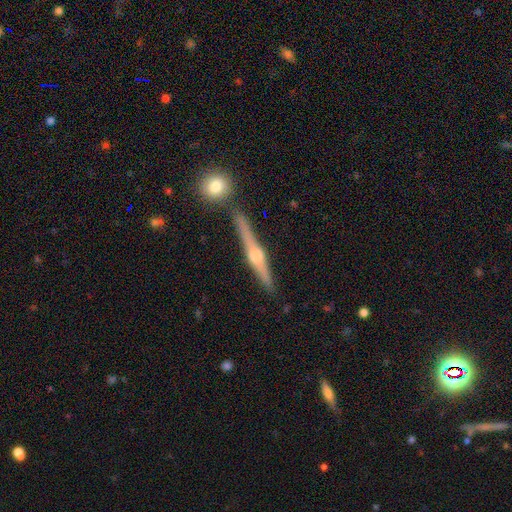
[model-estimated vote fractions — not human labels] This is likely a featured or disk galaxy (79%). It is clearly viewed edge-on (98%). Edge-on bulge: clearly rounded (90%). Merging: clearly none (85%).